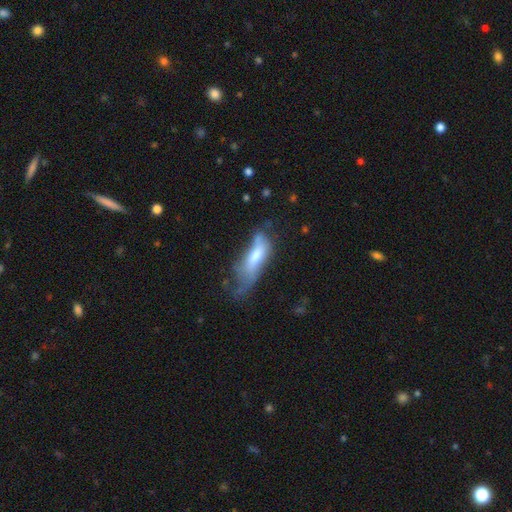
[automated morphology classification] The model was most divided on "merging": major disturbance: 42%, minor disturbance: 30%, none: 23%, merger: 5%. More confident: how rounded — in between (62%); smooth or featured — smooth (59%).